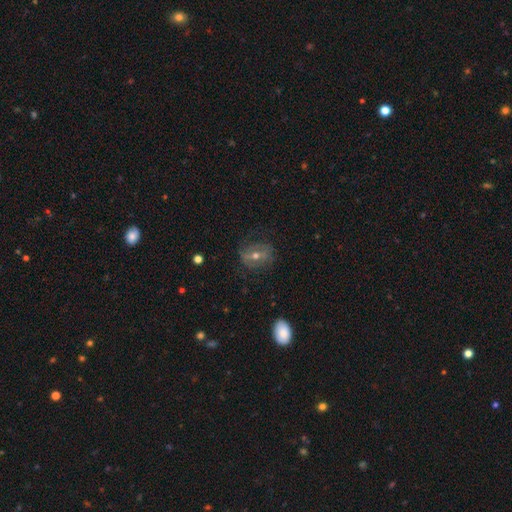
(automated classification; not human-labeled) Smooth or featured? Predicted: featured or disk (p=0.55). Edge-on disk? Predicted: no (p=0.91). Merging? Predicted: none (p=0.70).